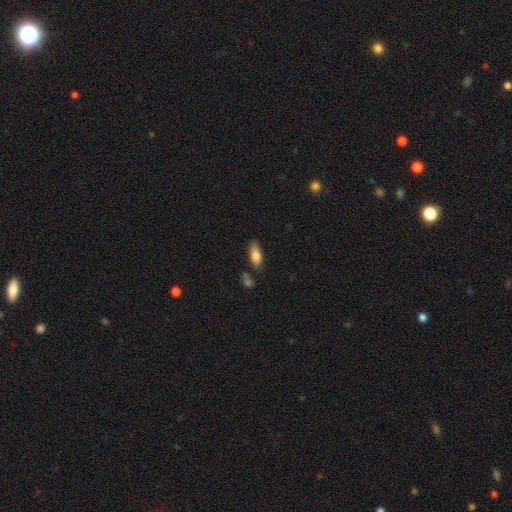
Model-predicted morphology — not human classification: This appears to be a smooth galaxy with no disk features (81%) that is in between round and cigar-shaped (75%). Merging: none (68%).